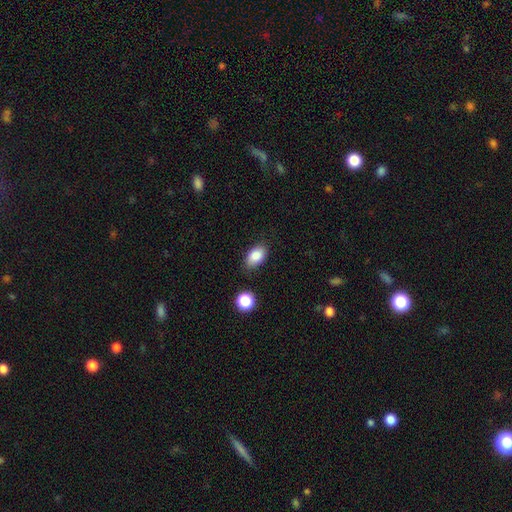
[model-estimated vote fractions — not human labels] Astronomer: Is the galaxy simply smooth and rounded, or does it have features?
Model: smooth — 85%.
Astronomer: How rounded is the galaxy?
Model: in between — 88%.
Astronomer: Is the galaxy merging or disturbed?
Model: none — 79%.